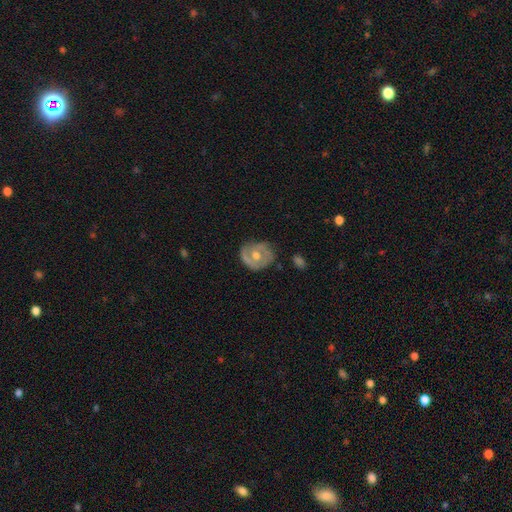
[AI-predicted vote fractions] smooth_or_featured: featured or disk (p=0.60) [alt: smooth p=0.35]
disk_edge_on: no (p=0.96) [alt: yes p=0.04]
bar: no (p=0.73) [alt: weak p=0.22]
has_spiral_arms: yes (p=0.53) [alt: no p=0.47]
bulge_size: moderate (p=0.76) [alt: small p=0.14]
merging: none (p=0.64) [alt: minor disturbance p=0.24]